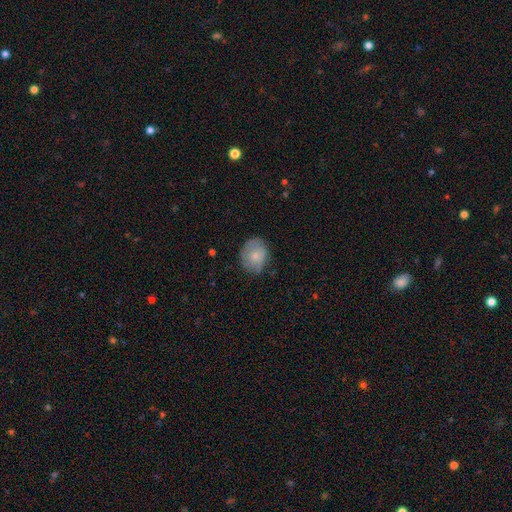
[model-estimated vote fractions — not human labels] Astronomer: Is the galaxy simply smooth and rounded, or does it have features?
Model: smooth — 74%.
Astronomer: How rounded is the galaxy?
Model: round — 61% (runner-up: in between, 38%).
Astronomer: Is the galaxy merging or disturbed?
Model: none — 66%.